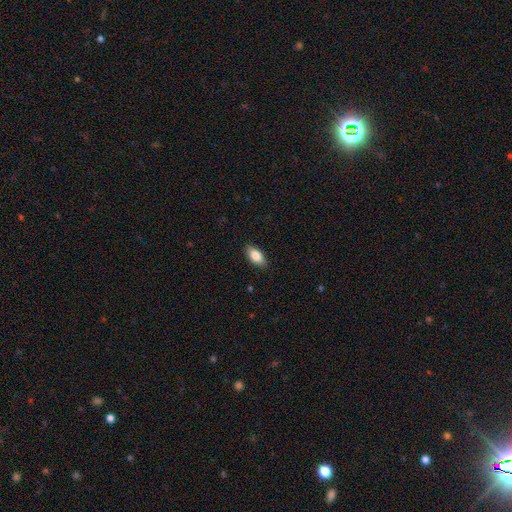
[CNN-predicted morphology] smooth-or-featured: smooth: 84% | featured or disk: 9% | star or artifact: 7%
  how-rounded: in between: 90% | cigar-shaped: 7% | round: 3%
  merging: none: 88% | minor disturbance: 9% | major disturbance: 2% | merger: 1%